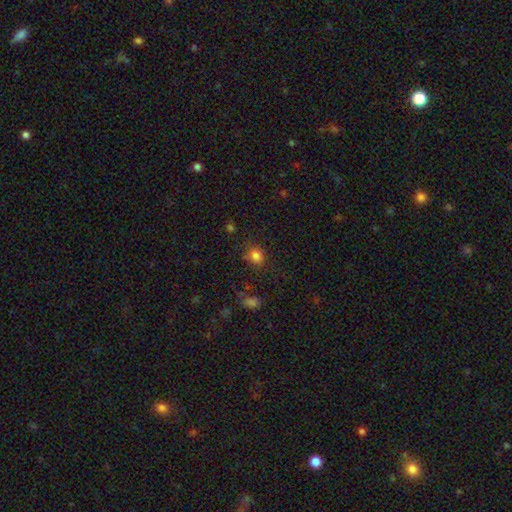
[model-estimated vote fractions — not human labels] smooth 81%, star or artifact 14%, featured or disk 5%. Down the decision tree: how rounded — round (71%); merging — none (76%).